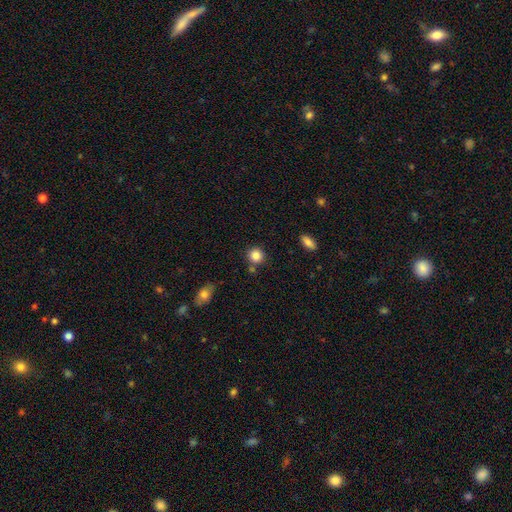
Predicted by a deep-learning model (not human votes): The model was most divided on "merging": none: 79%, minor disturbance: 10%, merger: 8%, major disturbance: 3%. More confident: how rounded — round (89%); smooth or featured — smooth (85%).